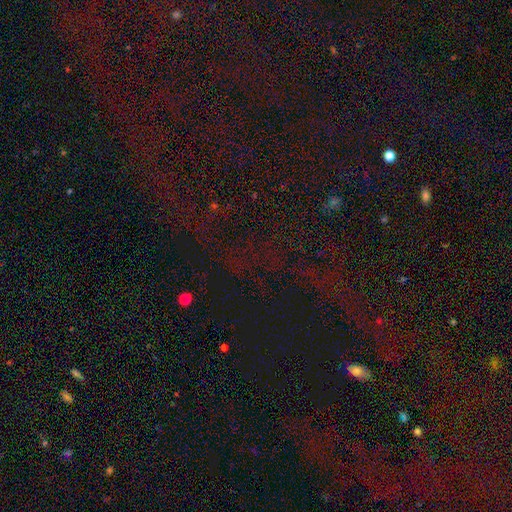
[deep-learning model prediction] star or artifact 76%, smooth 17%, featured or disk 7%.